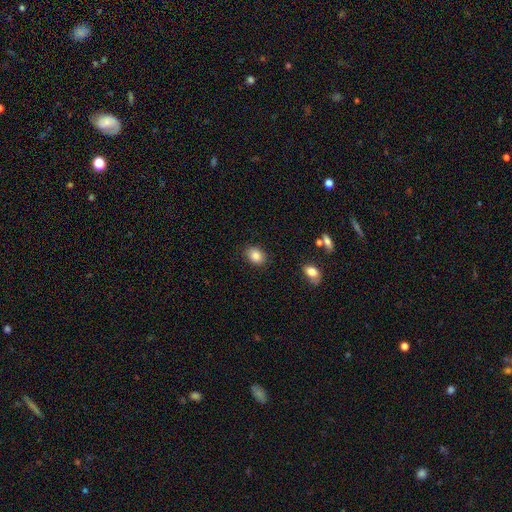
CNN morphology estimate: A smooth galaxy with no disk features (85%) that is in between round and cigar-shaped (63%). Merging: none (87%).